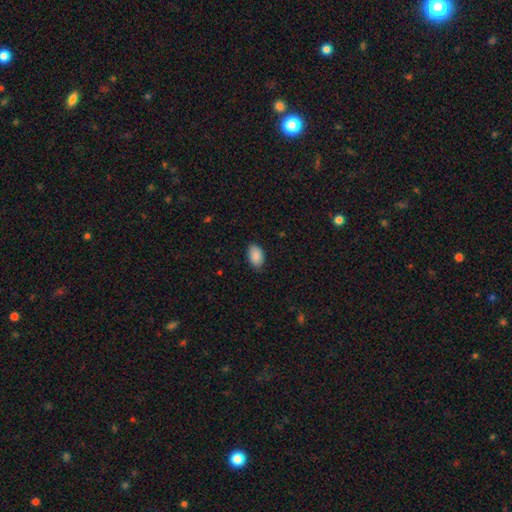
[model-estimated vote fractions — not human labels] This appears to be a smooth galaxy with no disk features (90%) that is in between round and cigar-shaped (92%). Merging: none (85%).